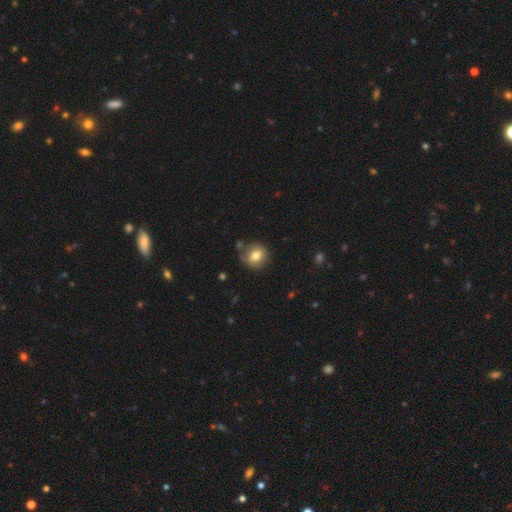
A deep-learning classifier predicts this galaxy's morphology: A smooth galaxy with no disk features (76%) that is round (80%). Merging: none (79%).